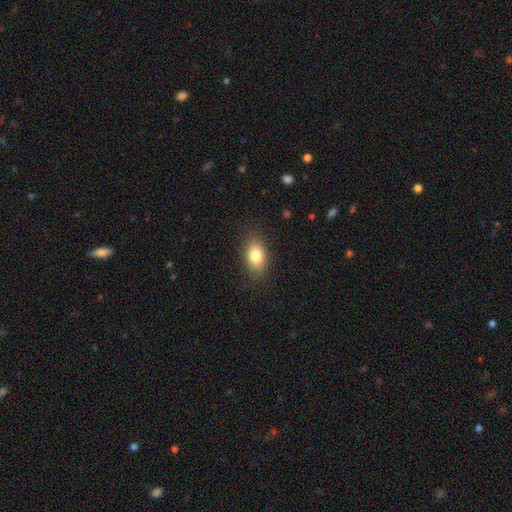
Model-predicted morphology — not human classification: A smooth galaxy with no disk features (81%) that is in between round and cigar-shaped (86%). Merging: none (85%).